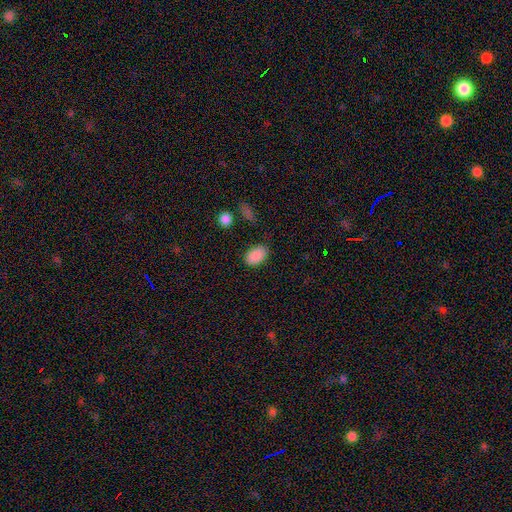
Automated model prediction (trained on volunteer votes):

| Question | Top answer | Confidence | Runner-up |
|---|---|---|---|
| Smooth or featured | smooth | 89% | star or artifact (8%) |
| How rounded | in between | 89% | round (9%) |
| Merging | none | 81% | minor disturbance (13%) |